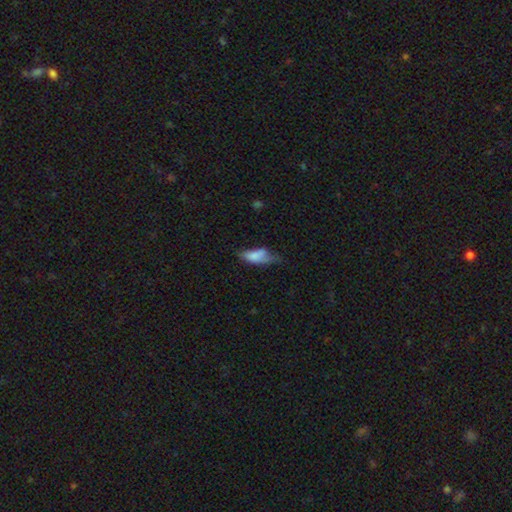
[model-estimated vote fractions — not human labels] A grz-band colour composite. It shows a smooth galaxy with no disk features (72%) that is in between round and cigar-shaped (75%). Merging: minor disturbance (37%).